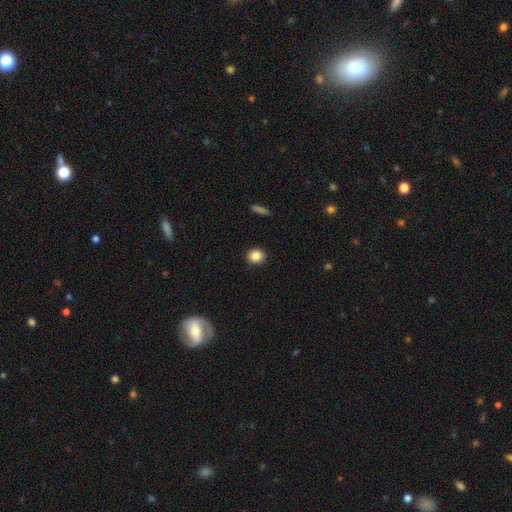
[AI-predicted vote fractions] Smooth or featured? Predicted: smooth (p=0.85). How rounded? Predicted: round (p=0.78). Merging? Predicted: none (p=0.90).